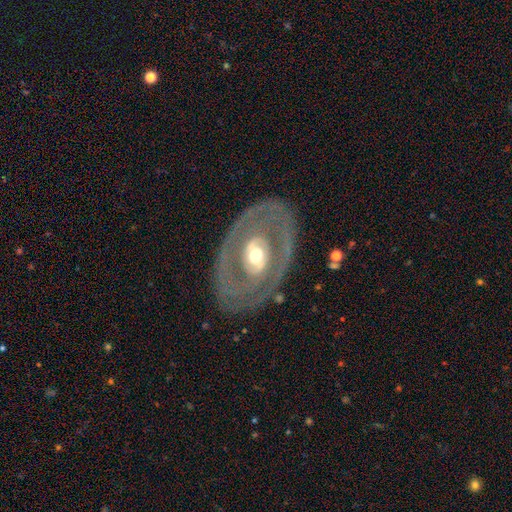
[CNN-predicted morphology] A featured or disk galaxy (79%) with no bar (44%), no spiral arms (53%) and a moderate central bulge (68%).

Vote fractions:
- Smooth or featured? featured or disk: 79% / smooth: 17% / star or artifact: 5%
- Edge-on disk? no: 92% / yes: 8%
- Bar? no: 44% / weak: 32% / strong: 24%
- Spiral arms? no: 53% / yes: 47%
- Bulge size? moderate: 68% / small: 16% / large: 14% / dominant: 2% / none: 1%
- Merging? none: 79% / minor disturbance: 12% / major disturbance: 7% / merger: 2%